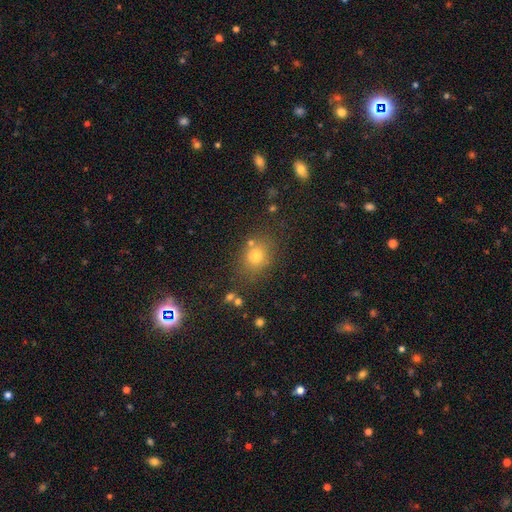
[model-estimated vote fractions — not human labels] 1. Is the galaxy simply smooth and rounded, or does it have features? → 73% smooth, 18% star or artifact, 9% featured or disk.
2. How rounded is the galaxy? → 59% round, 40% in between, 1% cigar-shaped.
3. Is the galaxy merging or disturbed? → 75% none, 13% minor disturbance, 7% merger, 5% major disturbance.